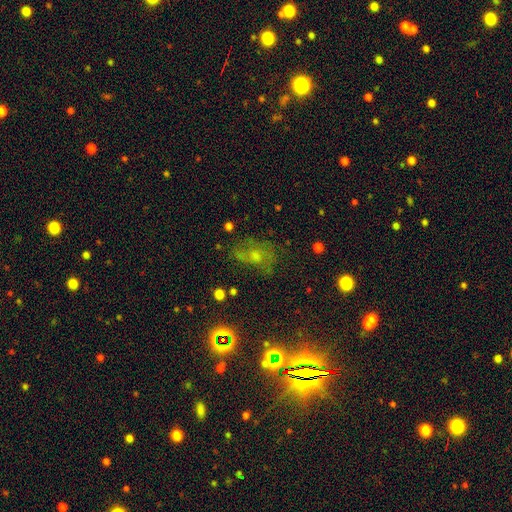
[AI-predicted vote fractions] Smooth or featured?
  - featured or disk: 37% *
  - star or artifact: 34%
  - smooth: 29%
Merging?
  - none: 56% *
  - minor disturbance: 21%
  - major disturbance: 19%
  - merger: 4%